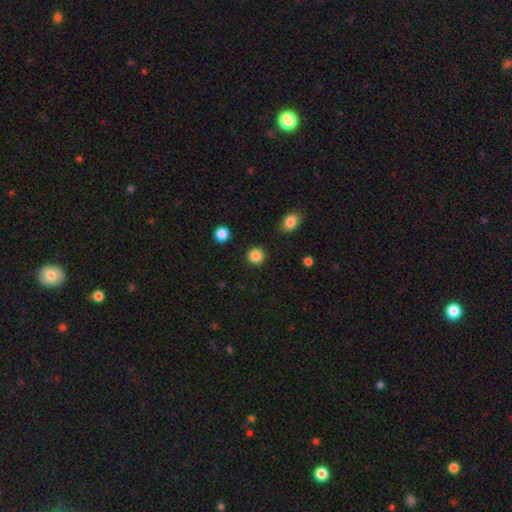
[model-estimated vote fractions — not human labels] Q: Smooth or featured?
A: smooth (86%); runner-up: star or artifact (10%)
Q: How rounded?
A: round (94%); runner-up: in between (5%)
Q: Merging?
A: none (91%); runner-up: minor disturbance (5%)